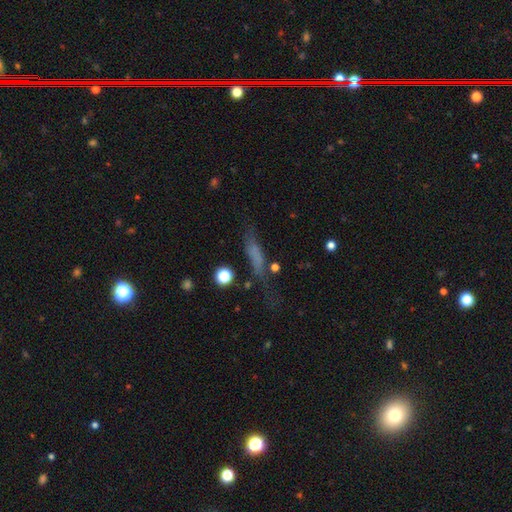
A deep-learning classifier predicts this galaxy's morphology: smooth 57%, featured or disk 28%, star or artifact 16%. Down the decision tree: how rounded — cigar-shaped (69%); merging — none (51%).